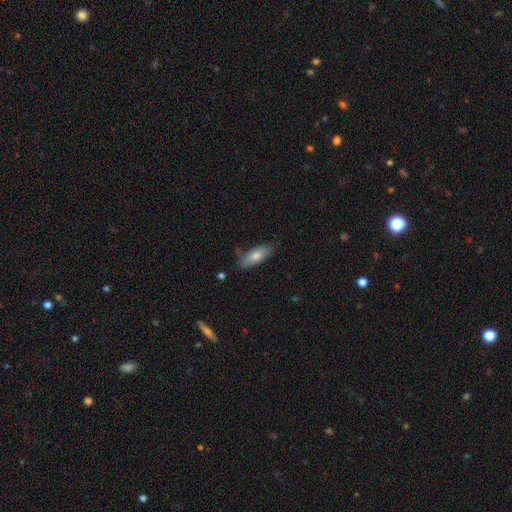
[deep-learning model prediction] smooth 70%, featured or disk 23%, star or artifact 7%. Down the decision tree: how rounded — in between (64%); merging — none (68%).